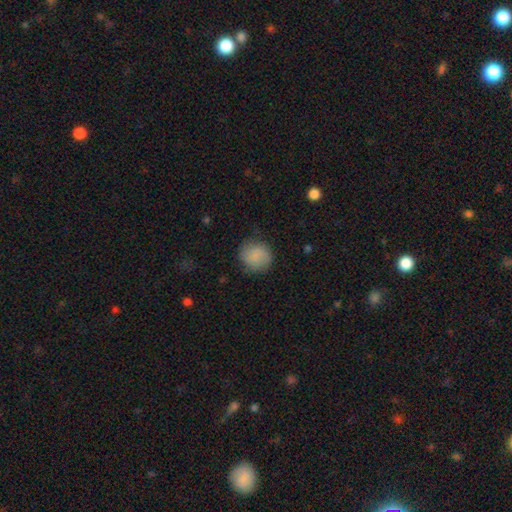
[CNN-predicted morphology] The model was most divided on "merging": none: 78%, minor disturbance: 16%, major disturbance: 5%, merger: 1%. More confident: how rounded — round (87%); smooth or featured — smooth (83%).